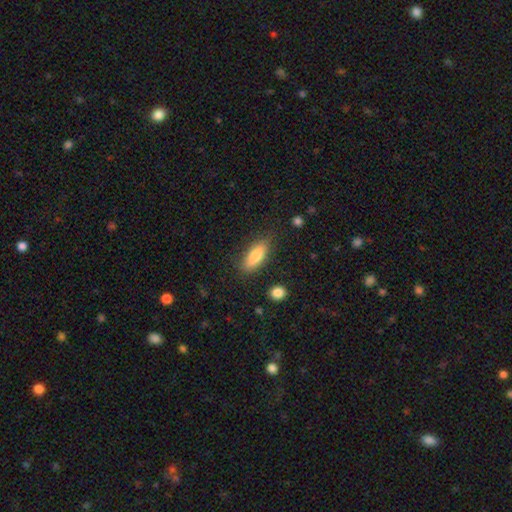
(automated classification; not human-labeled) Smooth or featured?
  - smooth: 79% *
  - featured or disk: 14%
  - star or artifact: 6%
How rounded?
  - in between: 66% *
  - cigar-shaped: 32%
  - round: 2%
Merging?
  - none: 82% *
  - minor disturbance: 13%
  - major disturbance: 3%
  - merger: 2%